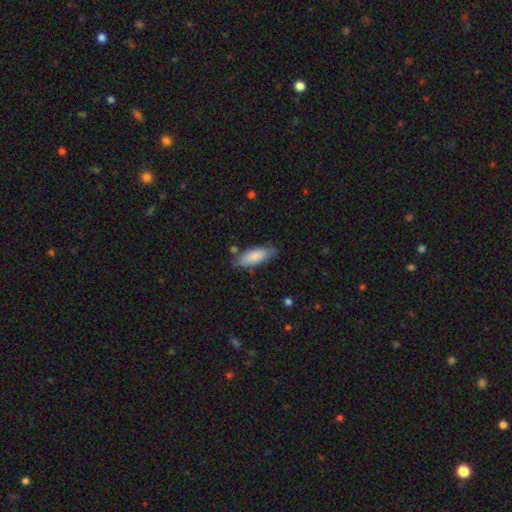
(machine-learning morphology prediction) type=smooth (84%); roundness=in between (71%); merging=none (74%).